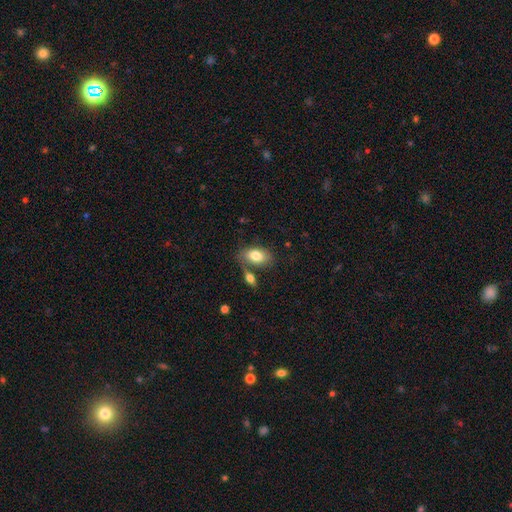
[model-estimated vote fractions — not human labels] Q: Smooth or featured?
A: smooth (80%); runner-up: featured or disk (14%)
Q: How rounded?
A: in between (90%); runner-up: round (8%)
Q: Merging?
A: none (58%); runner-up: merger (23%)